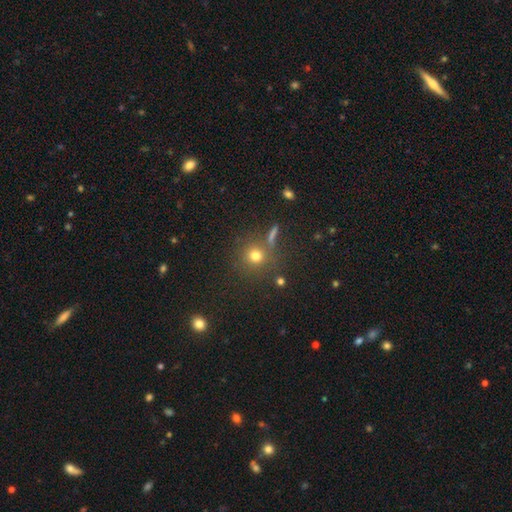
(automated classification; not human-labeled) The model was most divided on "smooth or featured": smooth: 74%, star or artifact: 17%, featured or disk: 9%. More confident: how rounded — round (92%); merging — none (77%).